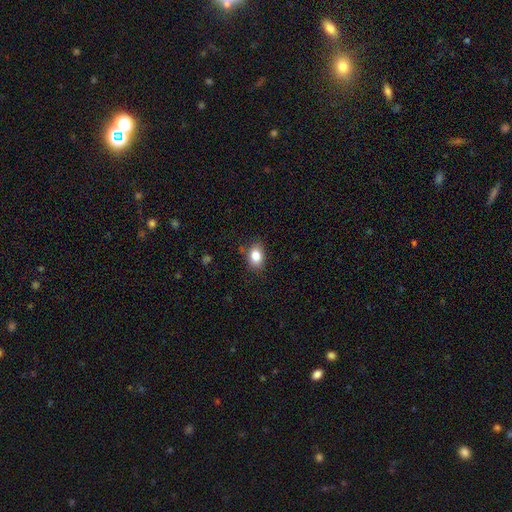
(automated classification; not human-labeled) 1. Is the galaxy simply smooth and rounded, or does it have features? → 82% smooth, 10% star or artifact, 8% featured or disk.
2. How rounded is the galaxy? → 73% in between, 26% round, 1% cigar-shaped.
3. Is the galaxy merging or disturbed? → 80% none, 16% minor disturbance, 3% major disturbance, 2% merger.